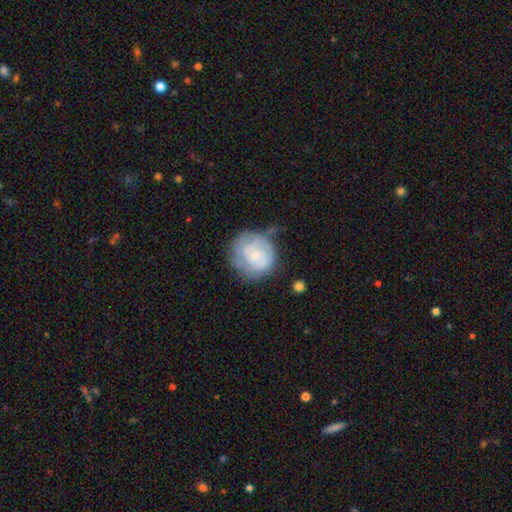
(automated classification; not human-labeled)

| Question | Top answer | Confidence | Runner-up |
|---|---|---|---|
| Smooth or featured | featured or disk | 61% | smooth (33%) |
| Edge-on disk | no | 98% | yes (2%) |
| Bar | no | 76% | weak (21%) |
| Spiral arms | yes | 78% | no (22%) |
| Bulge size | small | 67% | moderate (28%) |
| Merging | none | 55% | minor disturbance (27%) |